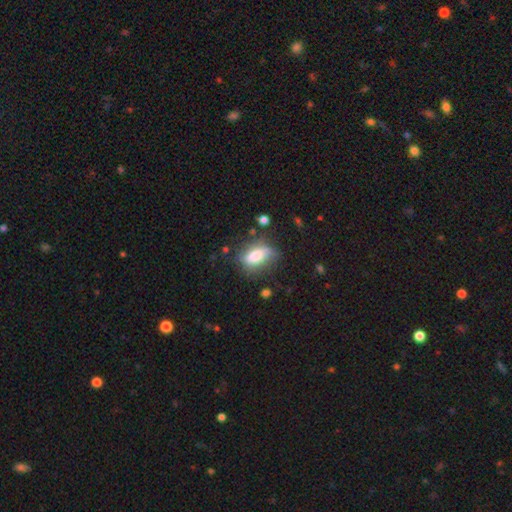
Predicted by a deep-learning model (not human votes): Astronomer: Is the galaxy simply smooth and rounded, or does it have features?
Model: smooth — 69%.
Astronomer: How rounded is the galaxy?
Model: in between — 79%.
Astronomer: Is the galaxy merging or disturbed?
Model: none — 58%.